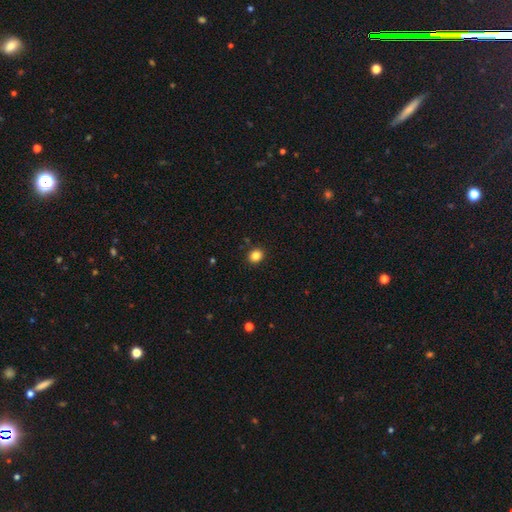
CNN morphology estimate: Smooth or featured?
  - smooth: 85% *
  - star or artifact: 11%
  - featured or disk: 4%
How rounded?
  - round: 73% *
  - in between: 27%
  - cigar-shaped: 1%
Merging?
  - none: 90% *
  - minor disturbance: 6%
  - major disturbance: 2%
  - merger: 2%